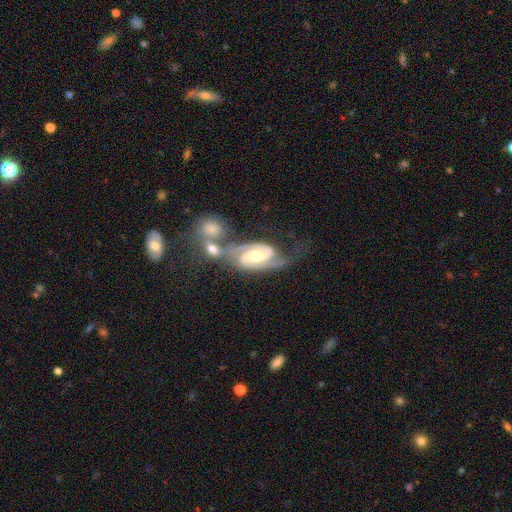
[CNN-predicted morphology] This is clearly a featured or disk galaxy (88%). It is clearly not viewed edge-on (97%). Bar: marginally weak (40%). Spiral arm pattern: clearly yes (97%). Spiral arm count: clearly 2 (89%). Spiral winding: possibly medium (48%). Central bulge: likely moderate (67%). Merging: marginally merger (37%).